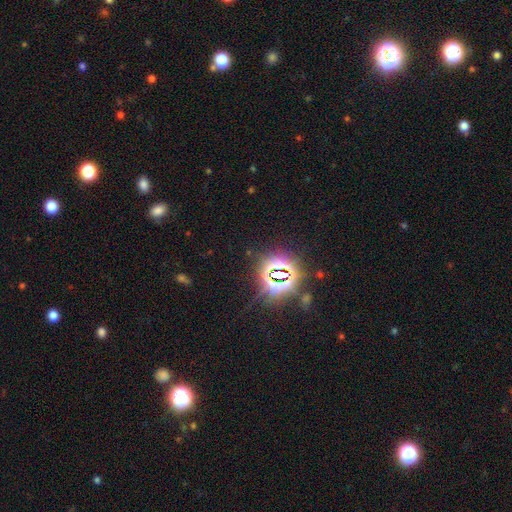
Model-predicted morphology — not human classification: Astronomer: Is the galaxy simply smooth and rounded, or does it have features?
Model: star or artifact — 81%.